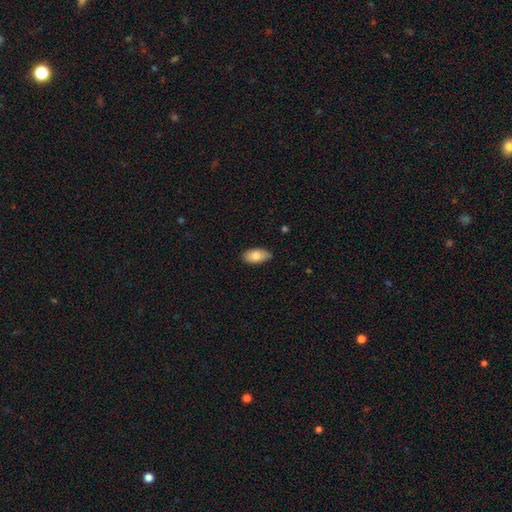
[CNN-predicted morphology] Overall: smooth (80%). How rounded: in between (93%). Merging: none (79%).